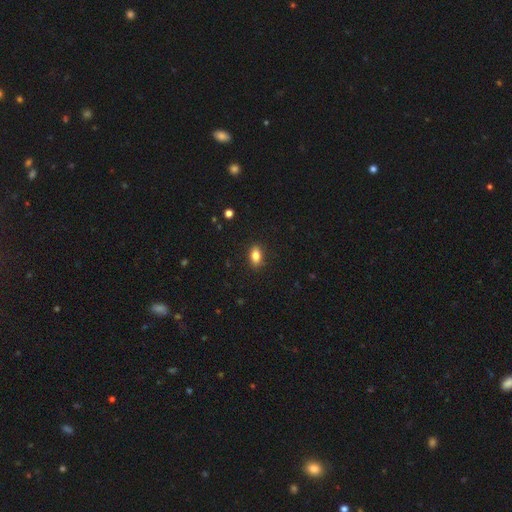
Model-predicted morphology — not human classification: Overall: smooth (83%). How rounded: in between (86%). Merging: none (88%).